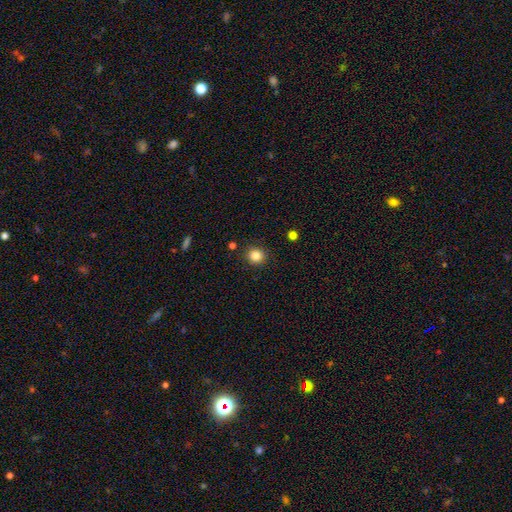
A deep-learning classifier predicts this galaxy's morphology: A smooth galaxy with no disk features (84%) that is round (87%).

Vote fractions:
- Smooth or featured? smooth: 84% / star or artifact: 11% / featured or disk: 5%
- How rounded? round: 87% / in between: 12% / cigar-shaped: 1%
- Merging? none: 88% / minor disturbance: 8% / major disturbance: 2% / merger: 2%